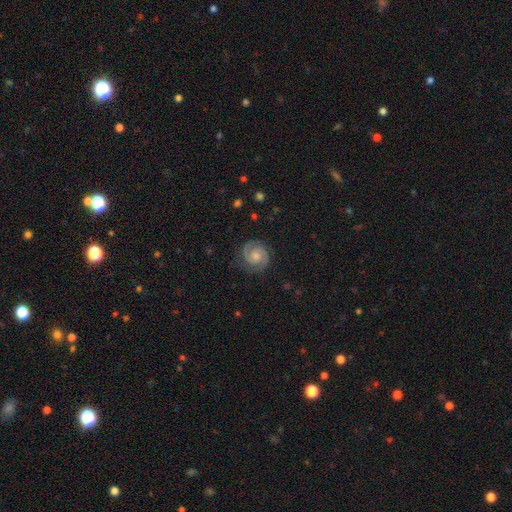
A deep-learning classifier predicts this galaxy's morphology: This is clearly a featured or disk galaxy (83%). It is clearly not viewed edge-on (98%). Bar: likely no (64%). Spiral arm pattern: clearly yes (97%). Spiral arm count: clearly 2 (89%). Spiral winding: possibly tight (55%). Central bulge: possibly moderate (53%). Merging: clearly none (82%).